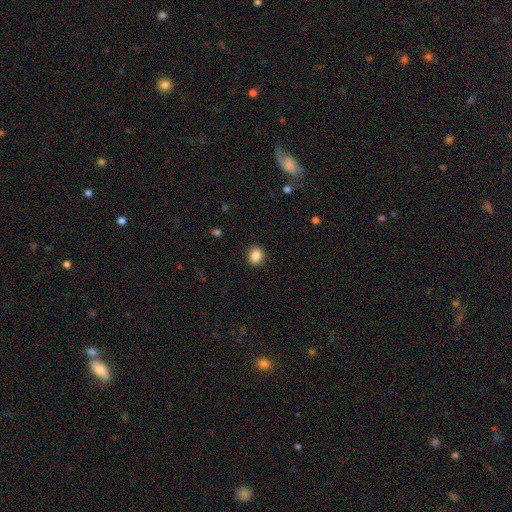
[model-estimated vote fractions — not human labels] This appears to be a smooth galaxy with no disk features (87%) that is round (71%). Merging: none (90%).